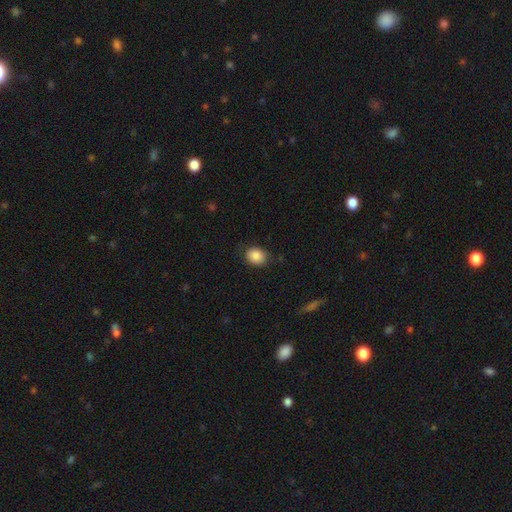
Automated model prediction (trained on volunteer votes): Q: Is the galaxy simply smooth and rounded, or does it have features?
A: smooth — 87%.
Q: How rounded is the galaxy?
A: round — 53%.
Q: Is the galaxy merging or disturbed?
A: none — 82%.